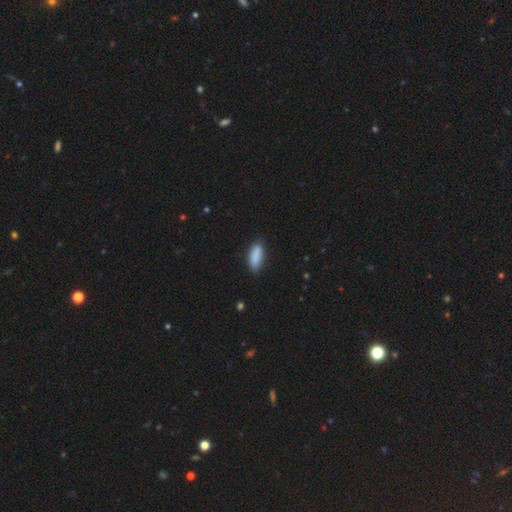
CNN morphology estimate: This appears to be a smooth galaxy with no disk features (89%) that is in between round and cigar-shaped (70%). Merging: none (84%).